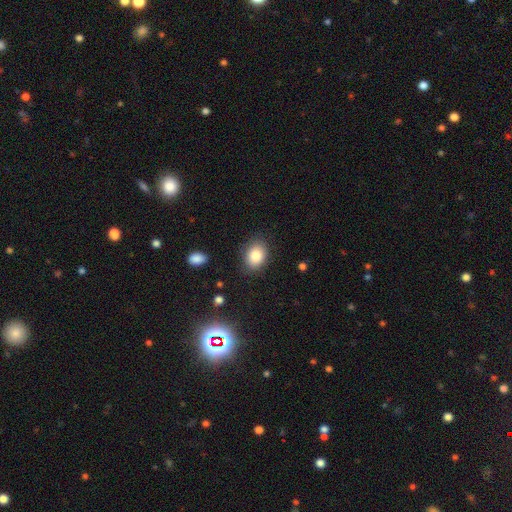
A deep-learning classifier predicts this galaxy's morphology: A smooth galaxy with no disk features (84%) that is in between round and cigar-shaped (65%).

Vote fractions:
- Smooth or featured? smooth: 84% / star or artifact: 9% / featured or disk: 7%
- How rounded? in between: 65% / round: 34% / cigar-shaped: 1%
- Merging? none: 83% / minor disturbance: 13% / major disturbance: 3% / merger: 1%